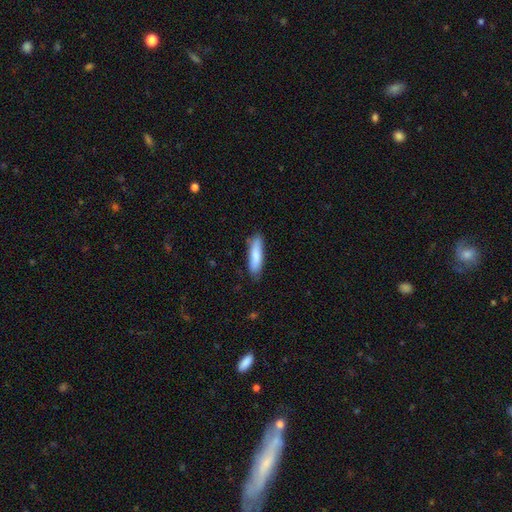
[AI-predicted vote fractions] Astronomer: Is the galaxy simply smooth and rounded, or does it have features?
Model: smooth — 84%.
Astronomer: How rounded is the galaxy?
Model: cigar-shaped — 72%.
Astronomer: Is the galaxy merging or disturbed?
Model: none — 81%.